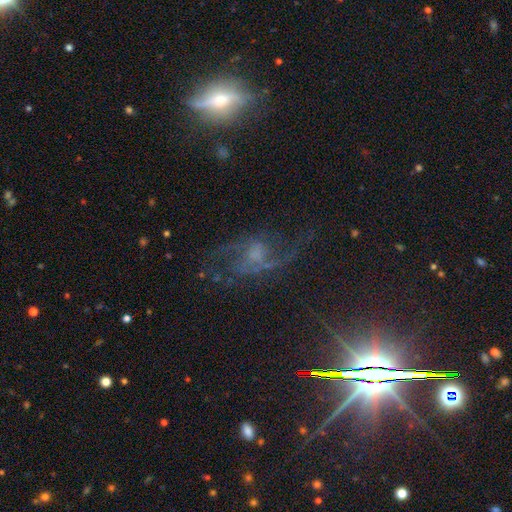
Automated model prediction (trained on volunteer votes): Smooth or featured?
  - featured or disk: 71% *
  - star or artifact: 17%
  - smooth: 12%
Edge-on disk?
  - no: 95% *
  - yes: 5%
Bar?
  - no: 55% *
  - weak: 37%
  - strong: 8%
Spiral arms?
  - yes: 88% *
  - no: 12%
Spiral winding?
  - loose: 50% *
  - medium: 40%
  - tight: 10%
Spiral arm count?
  - 2: 74% *
  - can't tell: 11%
  - 1: 5%
  - 3: 5%
  - 4: 3%
  - more than 4: 3%
Bulge size?
  - small: 32% * (tied)
  - moderate: 32% * (tied)
  - none: 26%
  - large: 8%
  - dominant: 2%
Merging?
  - none: 55% *
  - major disturbance: 24%
  - minor disturbance: 18%
  - merger: 3%